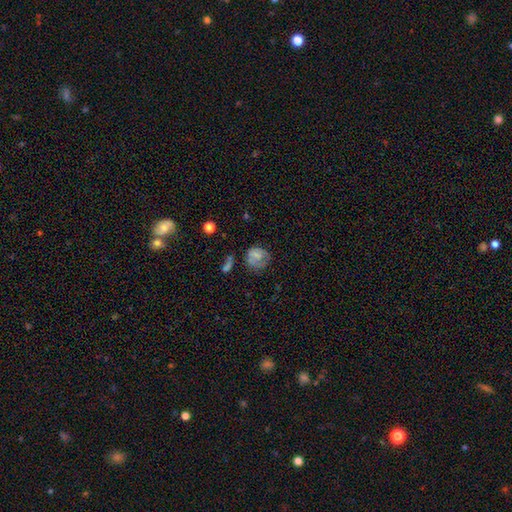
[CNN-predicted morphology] Overall: smooth (63%; featured or disk 27%). How rounded: round (70%). Merging: none (47%; minor disturbance 28%).